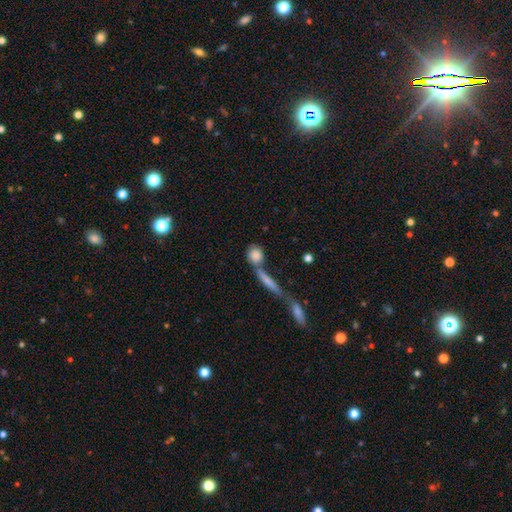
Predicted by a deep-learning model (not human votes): smooth 78%, featured or disk 15%, star or artifact 8%. Down the decision tree: how rounded — round (63%); merging — none (44%).